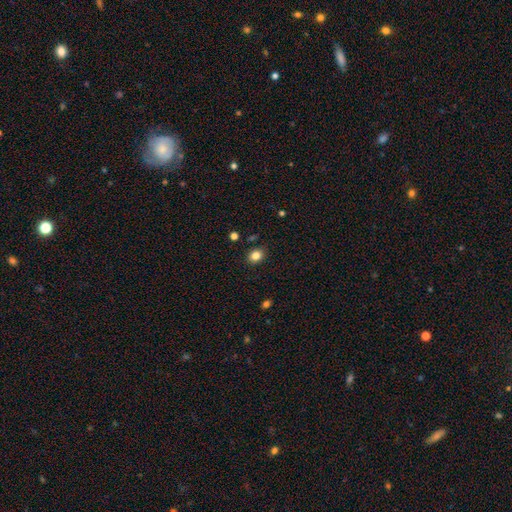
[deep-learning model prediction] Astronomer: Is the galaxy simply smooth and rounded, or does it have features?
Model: smooth — 83%.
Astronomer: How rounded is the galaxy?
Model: round — 57% (runner-up: in between, 42%).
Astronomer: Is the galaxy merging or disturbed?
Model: none — 87%.